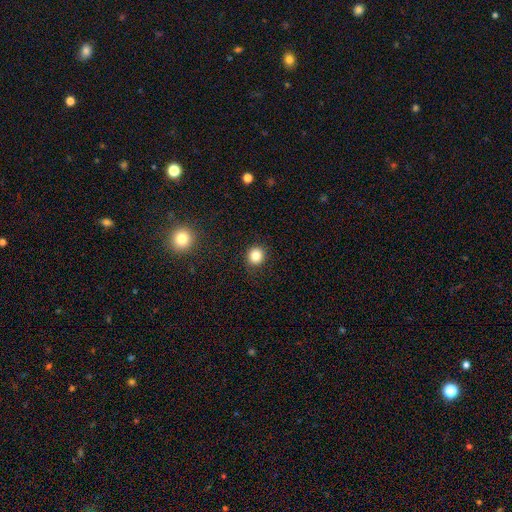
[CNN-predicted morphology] Overall: smooth (84%). How rounded: round (90%). Merging: none (90%).